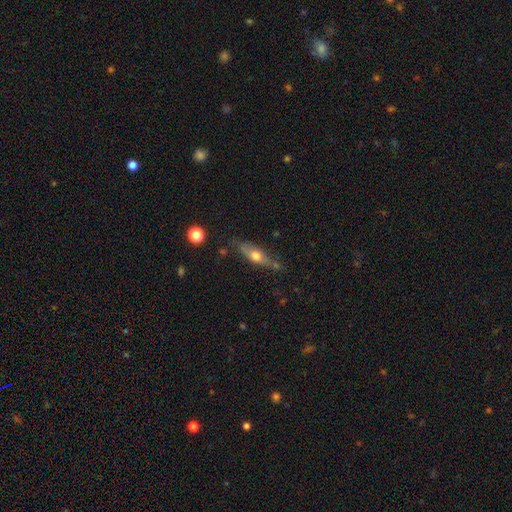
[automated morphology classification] The model was most divided on "smooth or featured": smooth: 47%, featured or disk: 45%, star or artifact: 7%. More confident: merging — none (59%).